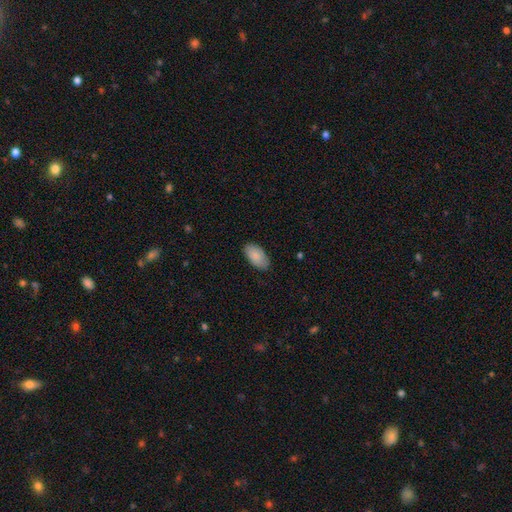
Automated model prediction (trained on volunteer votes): Smooth or featured? Predicted: smooth (p=0.88). How rounded? Predicted: in between (p=0.95). Merging? Predicted: none (p=0.84).